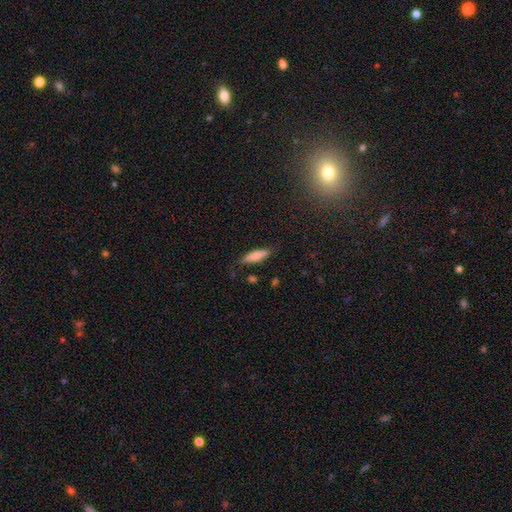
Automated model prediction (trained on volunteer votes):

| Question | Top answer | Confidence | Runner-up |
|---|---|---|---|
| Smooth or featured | smooth | 78% | featured or disk (16%) |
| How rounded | cigar-shaped | 65% | in between (33%) |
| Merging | none | 80% | minor disturbance (15%) |